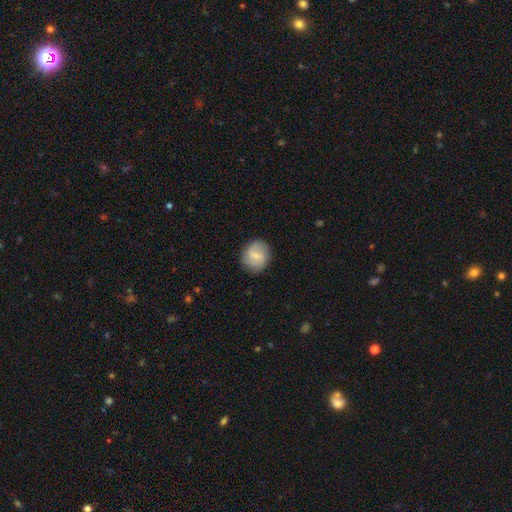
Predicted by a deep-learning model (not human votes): Smooth or featured? smooth (60%)
How rounded? round (78%)
Merging? none (83%)